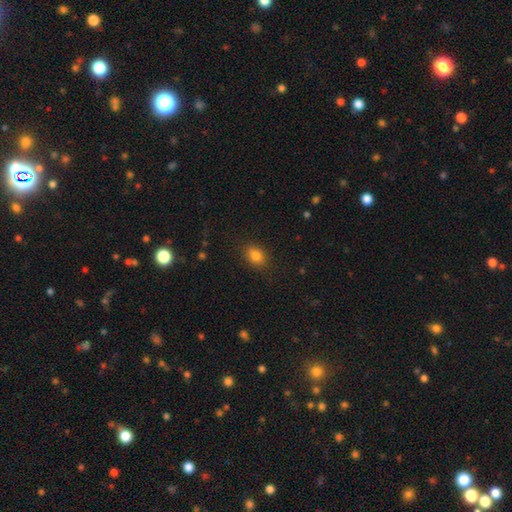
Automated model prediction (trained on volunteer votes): The model was most divided on "how rounded": in between: 71%, round: 28%, cigar-shaped: 2%. More confident: merging — none (85%); smooth or featured — smooth (83%).